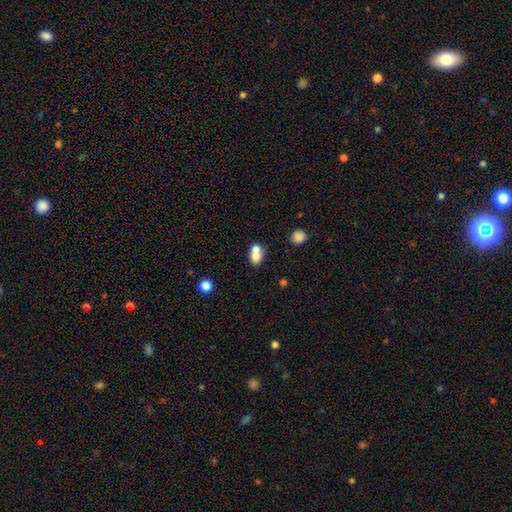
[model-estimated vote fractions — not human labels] A smooth galaxy with no disk features (72%) that is in between round and cigar-shaped (56%). Merging: merger (58%).